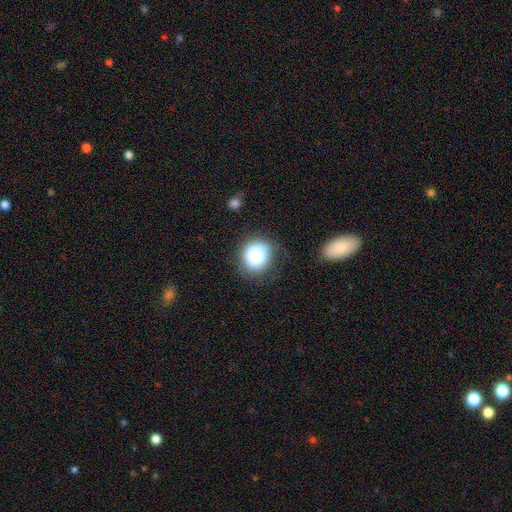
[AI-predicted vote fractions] This is clearly a smooth galaxy (82%). How rounded: likely round (79%). Merging: likely none (76%).